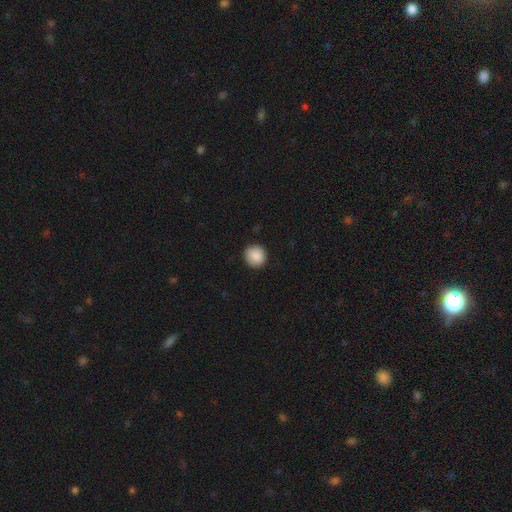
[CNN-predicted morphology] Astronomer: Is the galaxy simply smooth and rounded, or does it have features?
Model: smooth — 89%.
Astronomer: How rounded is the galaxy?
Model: round — 89%.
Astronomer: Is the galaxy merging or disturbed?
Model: none — 89%.